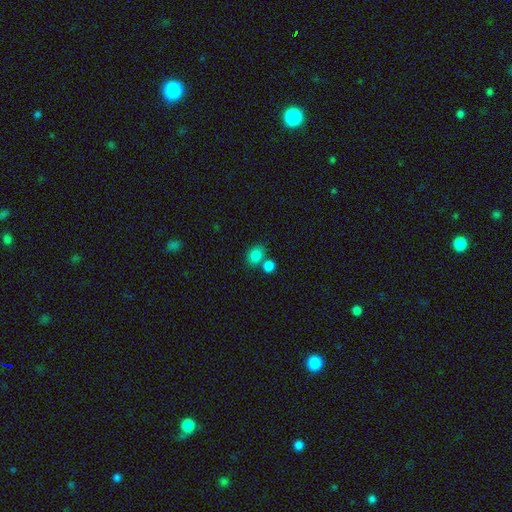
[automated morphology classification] smooth-or-featured: smooth: 84% | star or artifact: 10% | featured or disk: 6%
  how-rounded: in between: 51% | round: 48% | cigar-shaped: 1%
  merging: none: 56% | merger: 30% | minor disturbance: 10% | major disturbance: 4%